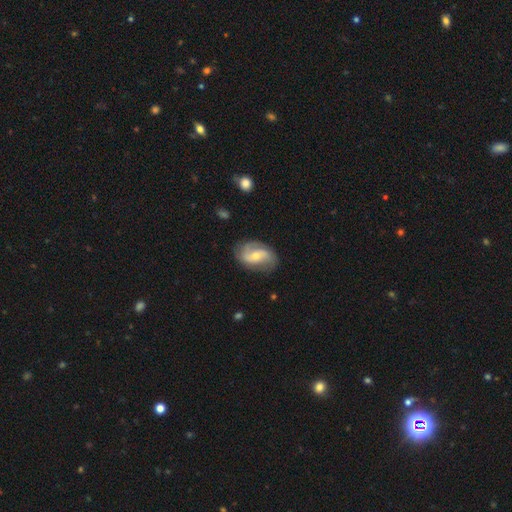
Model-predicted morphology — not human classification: smooth_or_featured: featured or disk (p=0.72) [alt: smooth p=0.21]
disk_edge_on: no (p=0.96) [alt: yes p=0.04]
bar: no (p=0.42) [alt: weak p=0.41]
has_spiral_arms: yes (p=0.91) [alt: no p=0.09]
spiral_winding: medium (p=0.41) [alt: loose p=0.37]
spiral_arm_count: 2 (p=0.75) [alt: can't tell p=0.11]
bulge_size: small (p=0.51) [alt: moderate p=0.43]
merging: none (p=0.74) [alt: minor disturbance p=0.18]